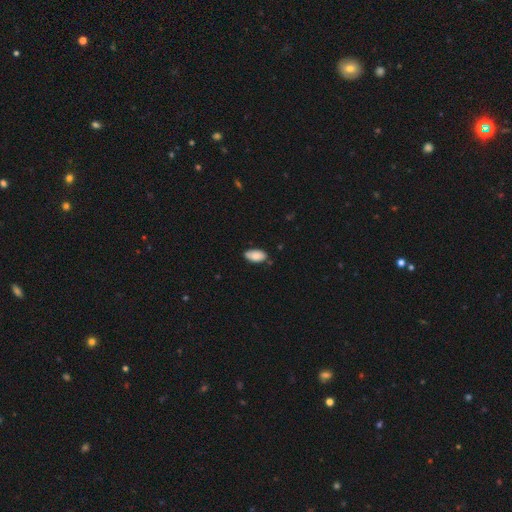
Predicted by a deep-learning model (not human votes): smooth_or_featured: smooth (p=0.86) [alt: featured or disk p=0.08]
how_rounded: in between (p=0.95) [alt: cigar-shaped p=0.03]
merging: none (p=0.75) [alt: minor disturbance p=0.20]